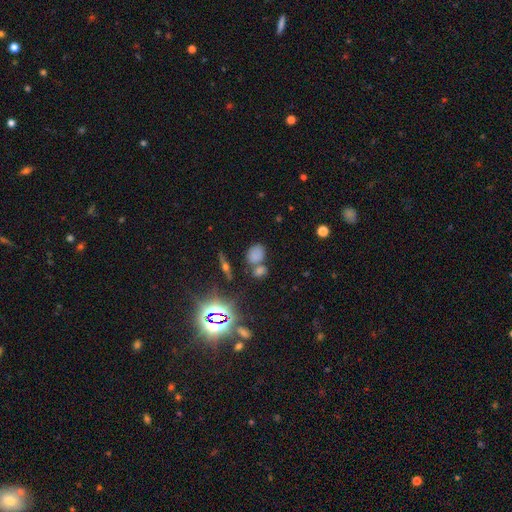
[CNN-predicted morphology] A smooth galaxy with no disk features (66%) that is in between round and cigar-shaped (58%).

Vote fractions:
- Smooth or featured? smooth: 66% / star or artifact: 23% / featured or disk: 11%
- How rounded? in between: 58% / round: 39% / cigar-shaped: 3%
- Merging? none: 57% / merger: 25% / minor disturbance: 13% / major disturbance: 5%